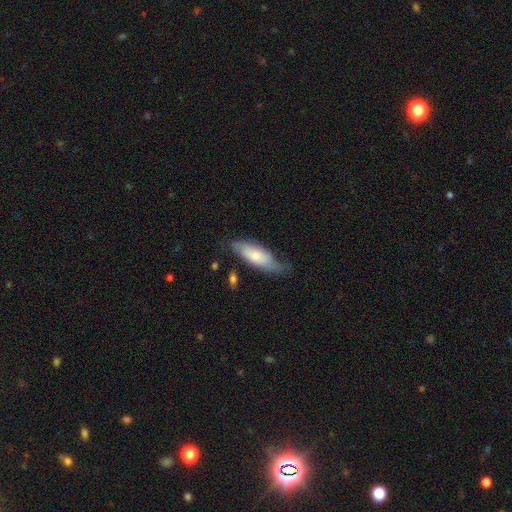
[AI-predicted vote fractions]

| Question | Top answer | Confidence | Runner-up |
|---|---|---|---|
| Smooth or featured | smooth | 58% | featured or disk (36%) |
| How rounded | in between | 68% | cigar-shaped (30%) |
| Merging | none | 54% | minor disturbance (32%) |